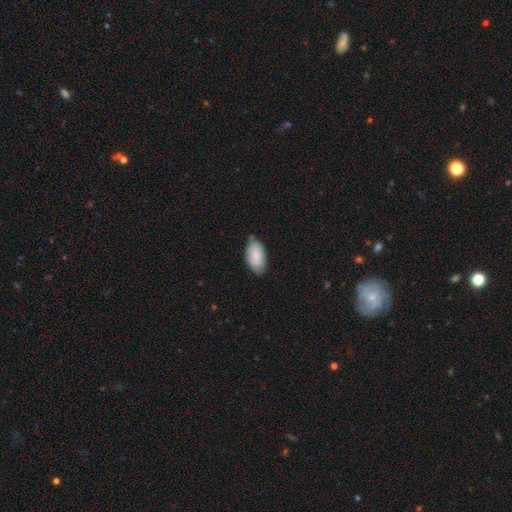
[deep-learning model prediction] A smooth galaxy with no disk features (86%) that is in between round and cigar-shaped (95%). Merging: none (66%).